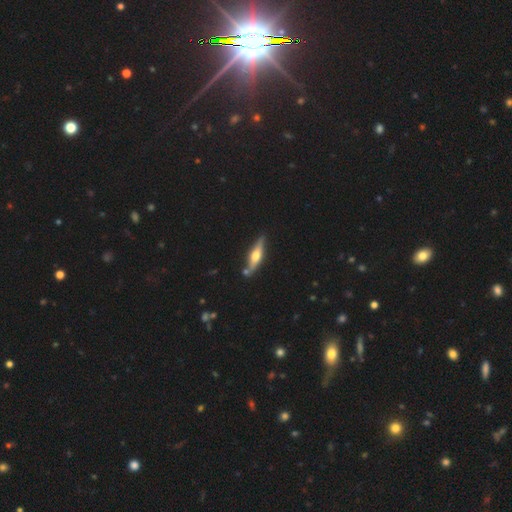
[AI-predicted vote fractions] Q: Smooth or featured?
A: featured or disk (63%); runner-up: smooth (31%)
Q: Edge-on disk?
A: yes (93%); runner-up: no (7%)
Q: Edge-on bulge?
A: rounded (92%); runner-up: boxy (5%)
Q: Merging?
A: none (82%); runner-up: minor disturbance (11%)